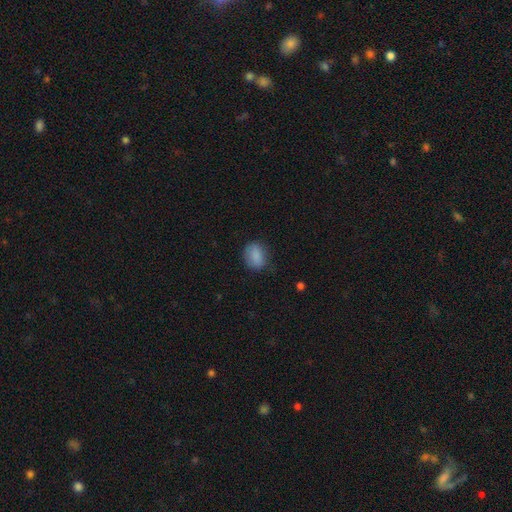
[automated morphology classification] This appears to be a smooth galaxy with no disk features (85%) that is in between round and cigar-shaped (65%). Merging: none (71%).